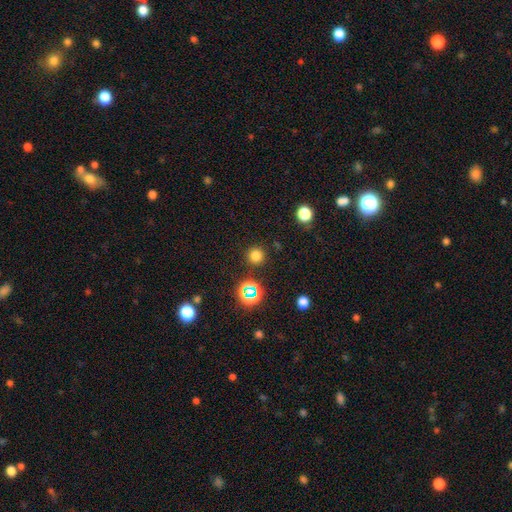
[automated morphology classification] smooth-or-featured: smooth: 75% | star or artifact: 20% | featured or disk: 5%
  how-rounded: round: 95% | in between: 4% | cigar-shaped: 1%
  merging: none: 89% | minor disturbance: 6% | major disturbance: 3% | merger: 2%